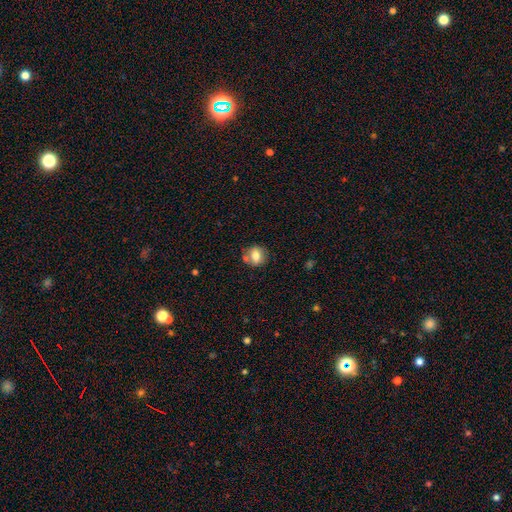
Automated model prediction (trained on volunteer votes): Smooth or featured? smooth (74%)
How rounded? round (70%)
Merging? none (68%)